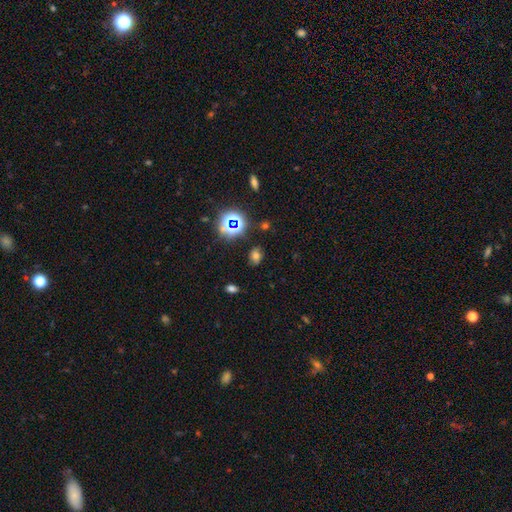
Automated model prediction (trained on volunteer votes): The model was most divided on "smooth or featured": smooth: 59%, star or artifact: 32%, featured or disk: 9%. More confident: merging — none (78%); how rounded — in between (71%).